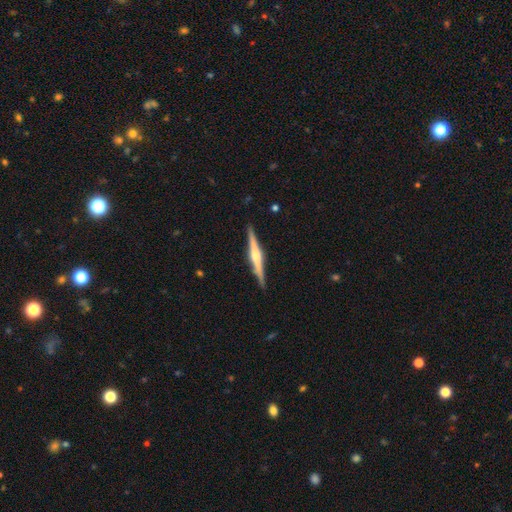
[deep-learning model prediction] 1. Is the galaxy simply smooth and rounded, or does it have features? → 74% featured or disk, 21% smooth, 5% star or artifact.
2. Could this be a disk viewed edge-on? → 98% yes, 2% no.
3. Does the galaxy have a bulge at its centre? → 78% rounded, 13% boxy, 9% none.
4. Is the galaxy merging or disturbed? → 90% none, 8% minor disturbance, 1% major disturbance, 1% merger.